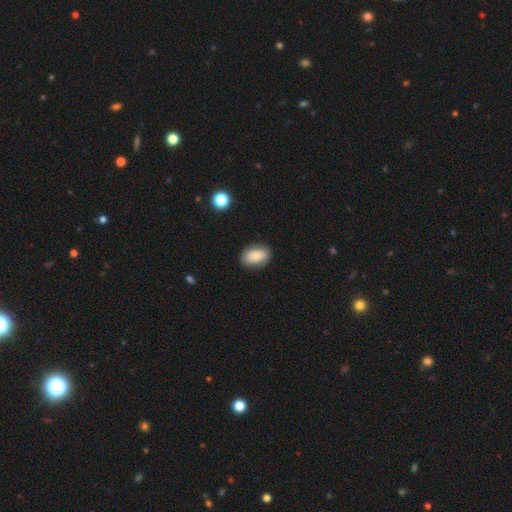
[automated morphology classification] Overall: smooth (82%). How rounded: in between (88%). Merging: none (86%).